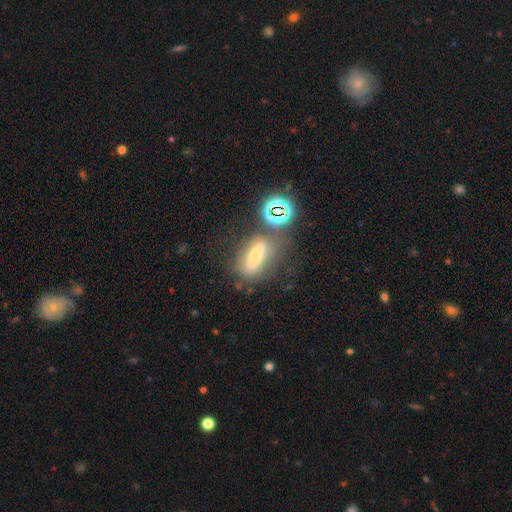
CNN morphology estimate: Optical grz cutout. It shows a smooth galaxy with no disk features (53%) that is in between round and cigar-shaped (48%). Merging: none (55%).